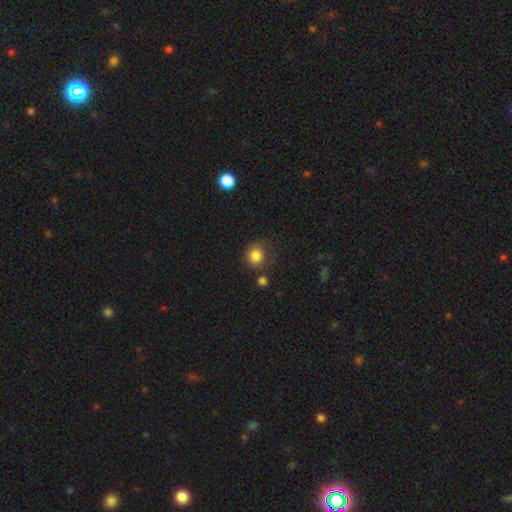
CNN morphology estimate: smooth_or_featured: smooth (p=0.83) [alt: star or artifact p=0.11]
how_rounded: round (p=0.87) [alt: in between p=0.12]
merging: none (p=0.72) [alt: minor disturbance p=0.15]